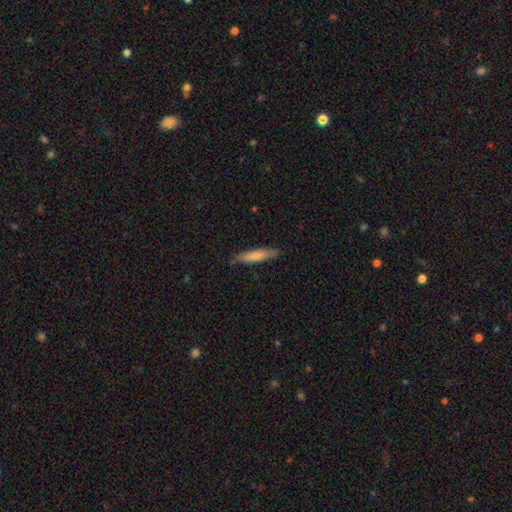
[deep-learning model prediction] smooth_or_featured: smooth (p=0.75) [alt: featured or disk p=0.20]
how_rounded: cigar-shaped (p=0.83) [alt: in between p=0.15]
merging: none (p=0.83) [alt: minor disturbance p=0.14]